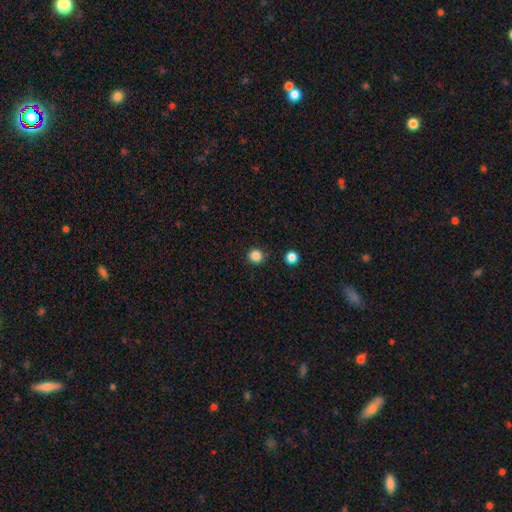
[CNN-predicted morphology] Smooth or featured? smooth (85%)
How rounded? round (93%)
Merging? none (90%)